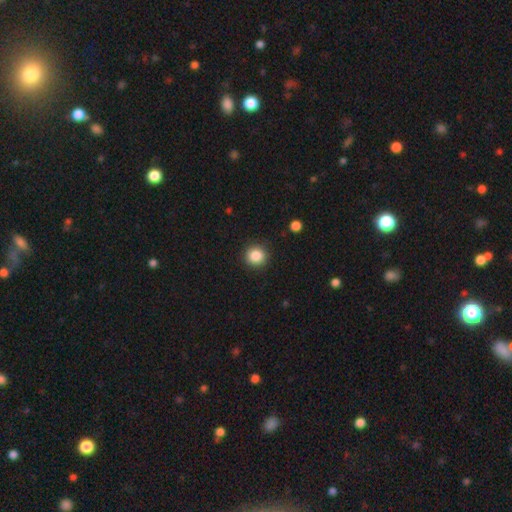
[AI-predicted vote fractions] This is clearly a smooth galaxy (87%). How rounded: clearly round (91%). Merging: clearly none (90%).